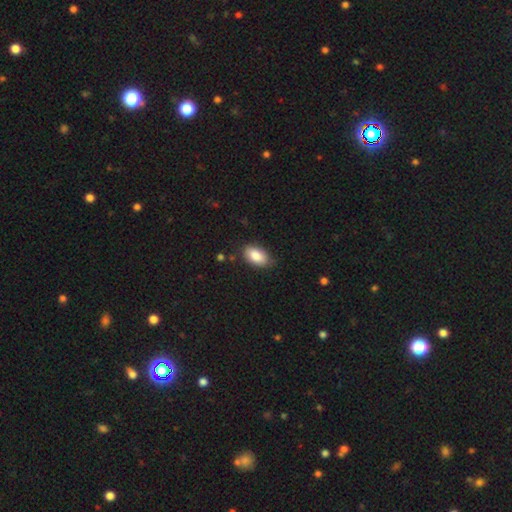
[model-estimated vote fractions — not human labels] smooth-or-featured: smooth: 87% | star or artifact: 7% | featured or disk: 6%
  how-rounded: in between: 93% | round: 5% | cigar-shaped: 2%
  merging: none: 78% | minor disturbance: 18% | major disturbance: 3% | merger: 2%